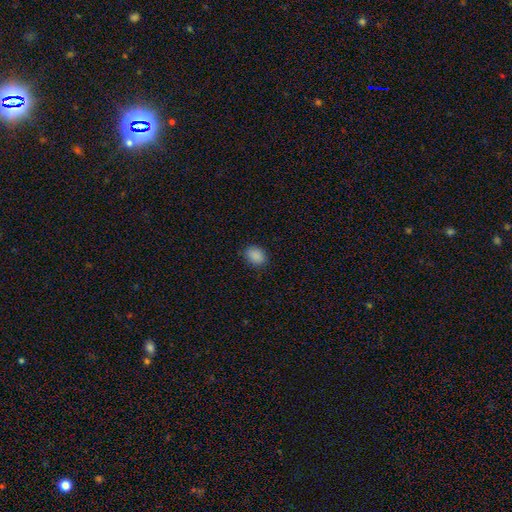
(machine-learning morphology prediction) The model was most divided on "how rounded": in between: 71%, round: 28%, cigar-shaped: 1%. More confident: smooth or featured — smooth (88%); merging — none (87%).